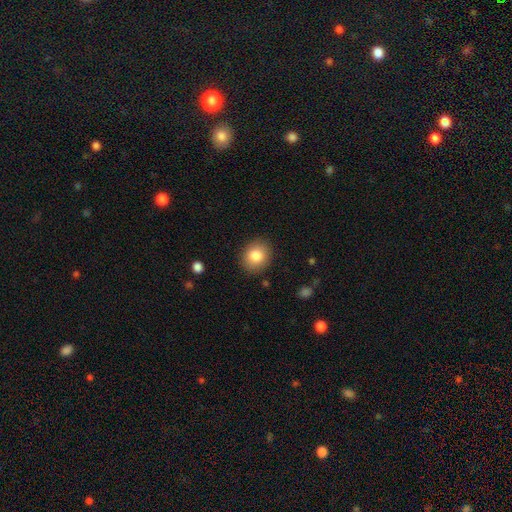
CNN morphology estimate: This is clearly a smooth galaxy (83%). How rounded: likely round (63%). Merging: clearly none (88%).